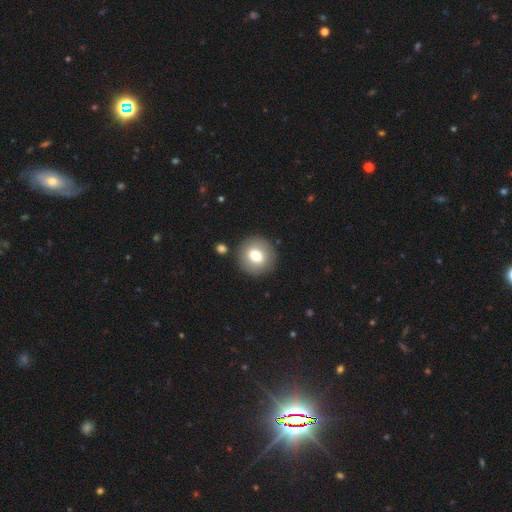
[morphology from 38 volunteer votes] Q: Smooth or featured?
A: smooth (84%); runner-up: featured or disk (16%)
Q: How rounded?
A: round (91%); runner-up: in between (9%)
Q: Merging?
A: none (97%); runner-up: minor disturbance (3%)